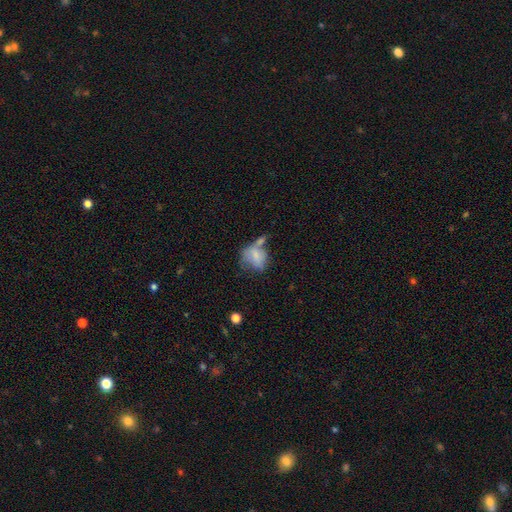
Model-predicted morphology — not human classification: This appears to be a smooth galaxy with no disk features (65%) that is in between round and cigar-shaped (54%). Merging: merger (32%).